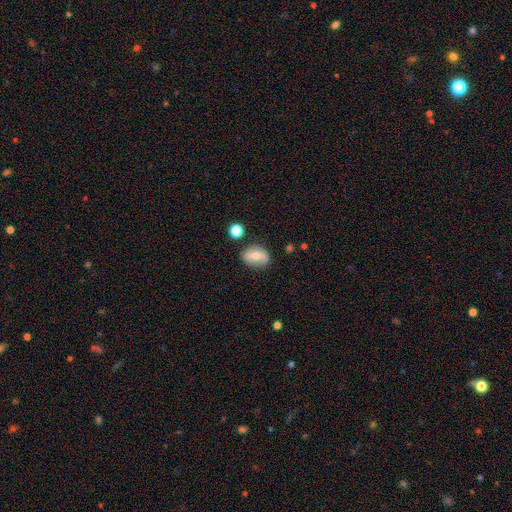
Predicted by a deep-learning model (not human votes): Smooth or featured? smooth (61%)
How rounded? in between (77%)
Merging? none (75%)